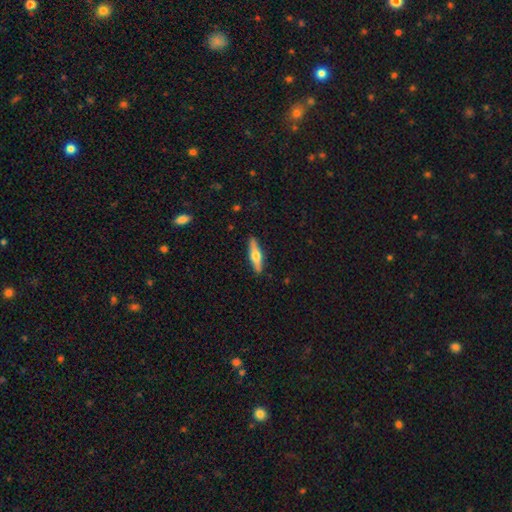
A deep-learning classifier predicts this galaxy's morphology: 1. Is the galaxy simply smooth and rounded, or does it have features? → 55% featured or disk, 39% smooth, 5% star or artifact.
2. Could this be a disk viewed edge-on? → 94% yes, 6% no.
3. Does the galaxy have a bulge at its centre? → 94% rounded, 3% boxy, 3% none.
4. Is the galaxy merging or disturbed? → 90% none, 7% minor disturbance, 2% major disturbance, 1% merger.